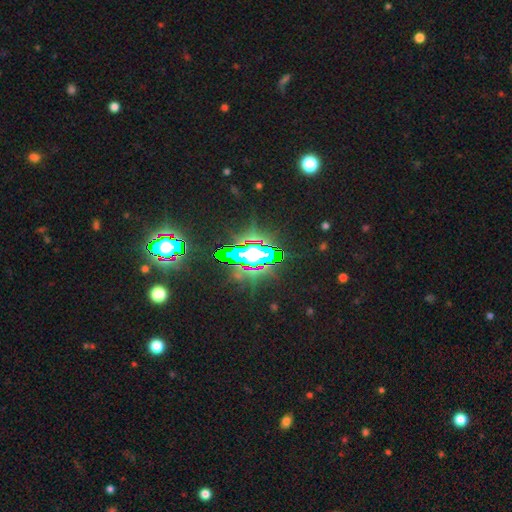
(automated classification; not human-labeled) The model was most divided on "smooth or featured": star or artifact: 84%, featured or disk: 8%, smooth: 8%.